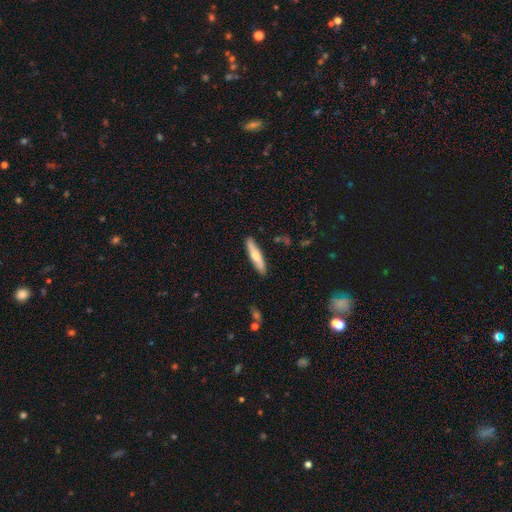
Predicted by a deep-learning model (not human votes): A smooth galaxy with no disk features (62%) that is cigar-shaped (84%). Merging: none (88%).